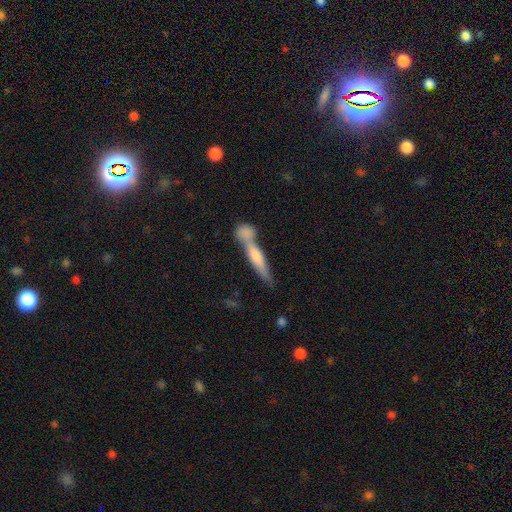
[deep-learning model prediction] Smooth or featured: smooth — 49% (featured or disk — 43%)
Merging: none — 48% (merger — 38%)